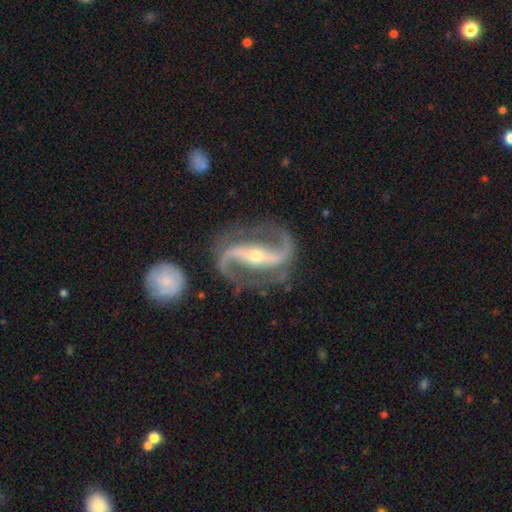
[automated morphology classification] featured or disk 94%, star or artifact 4%, smooth 2%. Down the decision tree: edge-on disk — no (97%); bar — strong (68%); spiral arms — yes (98%); spiral arm count — 2 (94%); spiral winding — medium (51%); bulge size — small (57%); merging — none (80%).